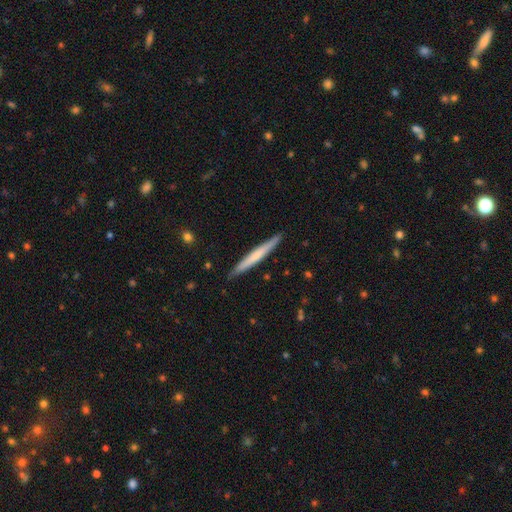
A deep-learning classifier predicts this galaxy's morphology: Q: Smooth or featured?
A: smooth (52%); runner-up: featured or disk (43%)
Q: How rounded?
A: cigar-shaped (97%); runner-up: in between (2%)
Q: Merging?
A: none (90%); runner-up: minor disturbance (7%)